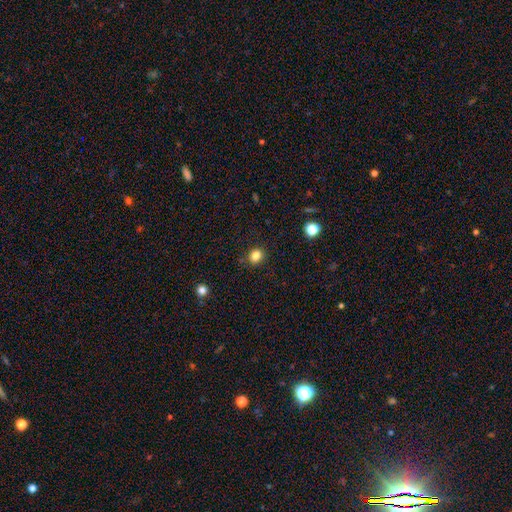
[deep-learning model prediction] Smooth or featured?
  - smooth: 83% *
  - star or artifact: 12%
  - featured or disk: 5%
How rounded?
  - round: 73% *
  - in between: 26%
  - cigar-shaped: 1%
Merging?
  - none: 87% *
  - minor disturbance: 9%
  - major disturbance: 2%
  - merger: 2%